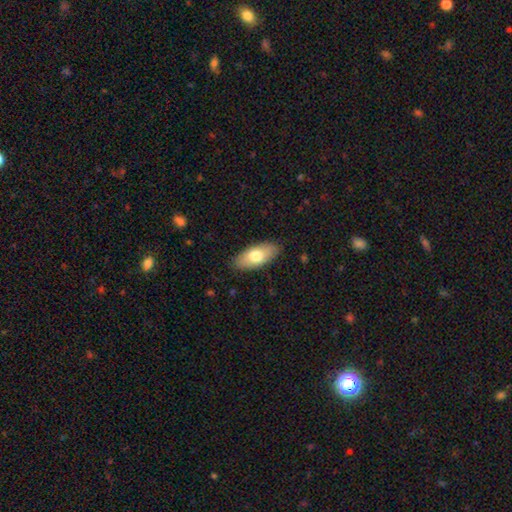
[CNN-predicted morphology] smooth-or-featured: smooth: 72% | featured or disk: 22% | star or artifact: 6%
  how-rounded: in between: 88% | cigar-shaped: 9% | round: 3%
  merging: none: 87% | minor disturbance: 10% | major disturbance: 2% | merger: 1%